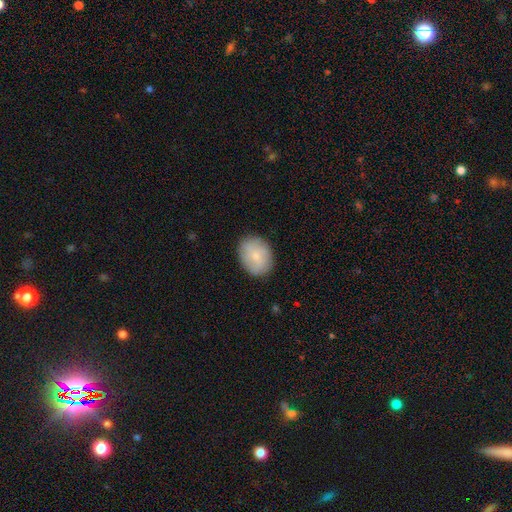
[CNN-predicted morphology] smooth_or_featured: smooth (p=0.77) [alt: featured or disk p=0.16]
how_rounded: in between (p=0.61) [alt: round p=0.37]
merging: none (p=0.84) [alt: minor disturbance p=0.12]